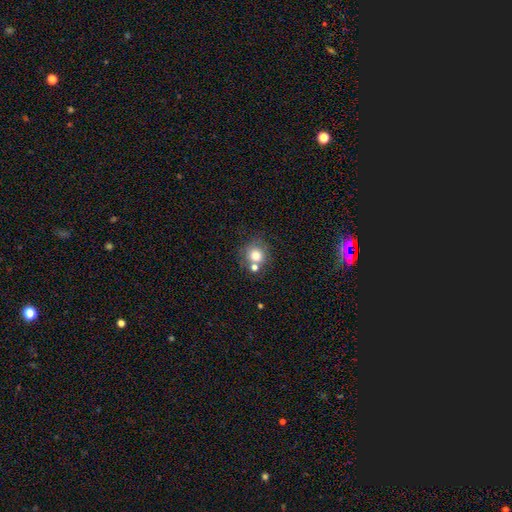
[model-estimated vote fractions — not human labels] Smooth or featured?
  - smooth: 78% *
  - featured or disk: 11%
  - star or artifact: 11%
How rounded?
  - round: 87% *
  - in between: 12%
  - cigar-shaped: 1%
Merging?
  - none: 58% *
  - merger: 25%
  - minor disturbance: 12%
  - major disturbance: 5%